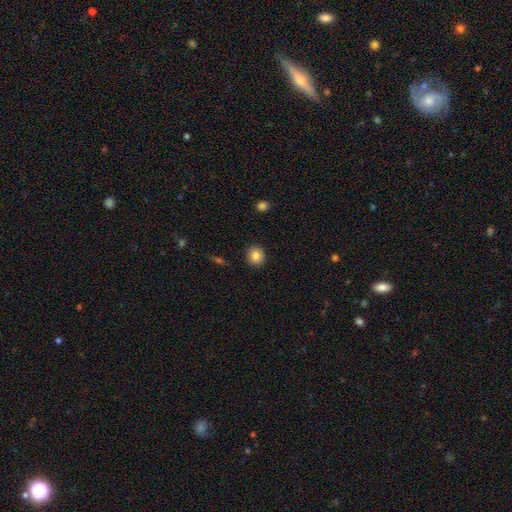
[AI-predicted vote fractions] A smooth galaxy with no disk features (84%) that is round (86%).

Vote fractions:
- Smooth or featured? smooth: 84% / star or artifact: 10% / featured or disk: 6%
- How rounded? round: 86% / in between: 13% / cigar-shaped: 1%
- Merging? none: 91% / minor disturbance: 6% / major disturbance: 2% / merger: 1%